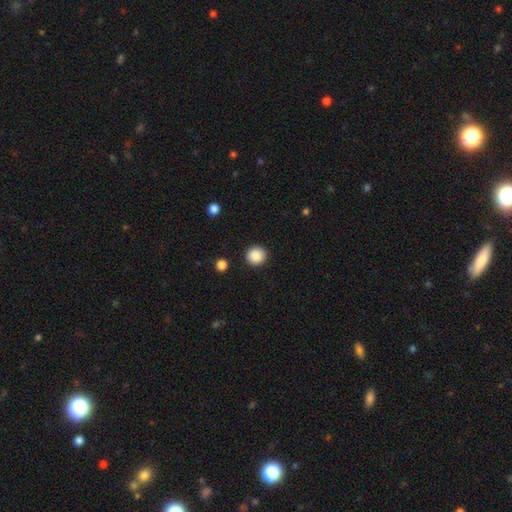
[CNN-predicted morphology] Smooth or featured? smooth (88%)
How rounded? round (92%)
Merging? none (92%)